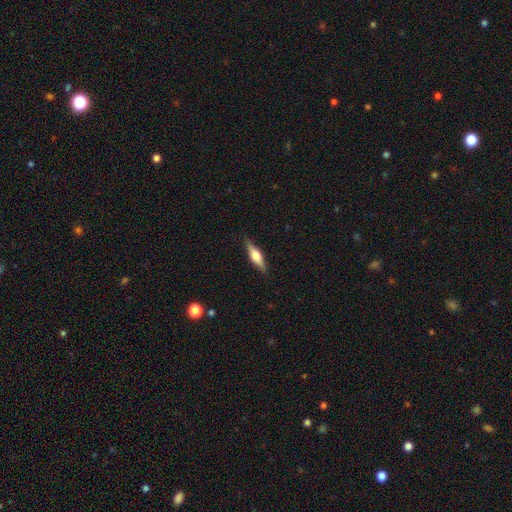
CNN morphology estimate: A featured or disk galaxy (58%) viewed edge-on (96%) with a rounded central bulge (91%).

Vote fractions:
- Smooth or featured? featured or disk: 58% / smooth: 36% / star or artifact: 6%
- Edge-on disk? yes: 96% / no: 4%
- Edge-on bulge? rounded: 91% / boxy: 6% / none: 2%
- Merging? none: 89% / minor disturbance: 8% / major disturbance: 2% / merger: 1%